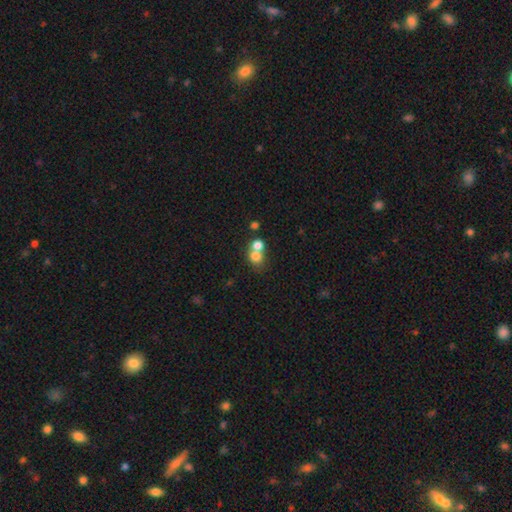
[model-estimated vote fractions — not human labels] This appears to be a smooth galaxy with no disk features (75%) that is round (73%). Merging: merger (58%).